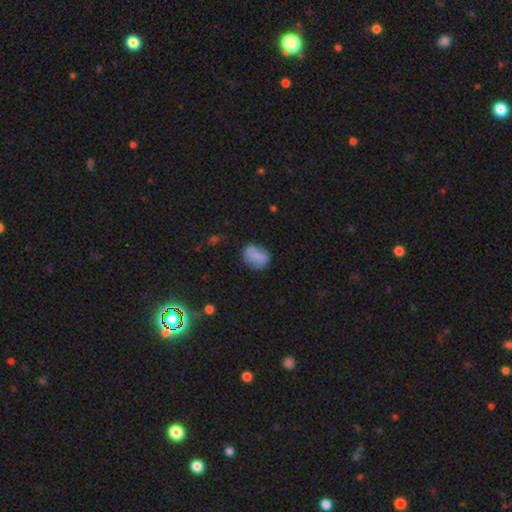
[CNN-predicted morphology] Smooth or featured? smooth (78%)
How rounded? in between (65%)
Merging? none (58%)